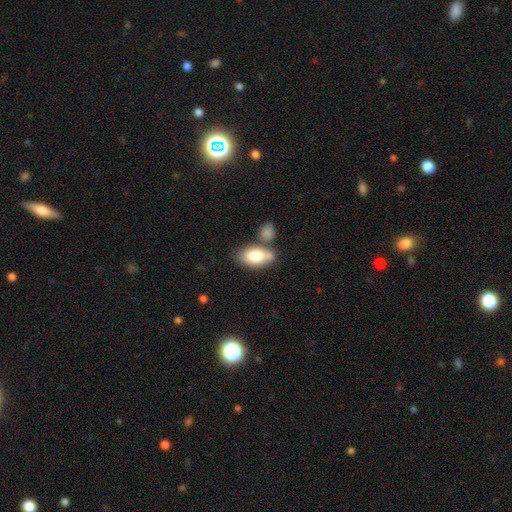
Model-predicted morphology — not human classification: smooth_or_featured: smooth (p=0.80) [alt: featured or disk p=0.14]
how_rounded: in between (p=0.92) [alt: round p=0.05]
merging: none (p=0.50) [alt: merger p=0.27]